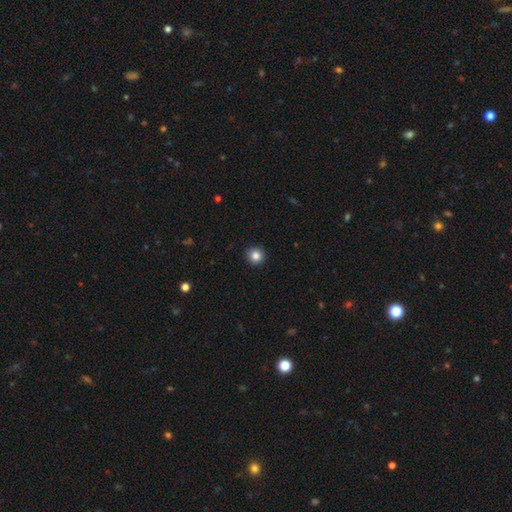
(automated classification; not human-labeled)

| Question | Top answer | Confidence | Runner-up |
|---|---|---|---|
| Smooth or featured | smooth | 84% | star or artifact (10%) |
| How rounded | round | 93% | in between (6%) |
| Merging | none | 92% | minor disturbance (5%) |